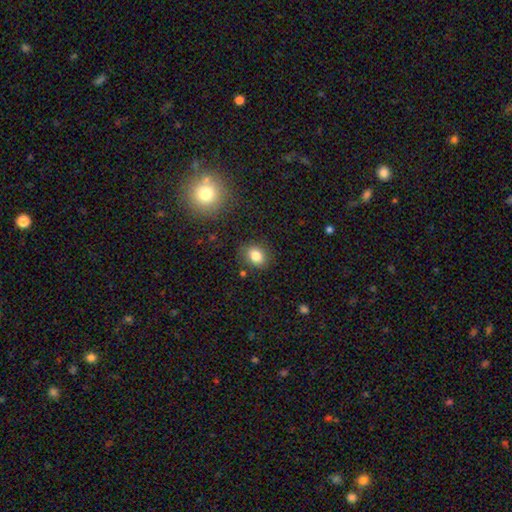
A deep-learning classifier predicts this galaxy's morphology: This appears to be a smooth galaxy with no disk features (83%) that is in between round and cigar-shaped (52%). Merging: none (83%).